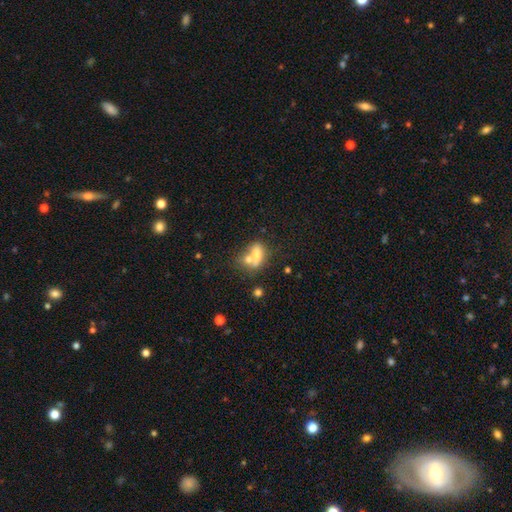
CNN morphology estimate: Smooth or featured? Predicted: smooth (p=0.67). How rounded? Predicted: in between (p=0.73). Merging? Predicted: merger (p=0.52).